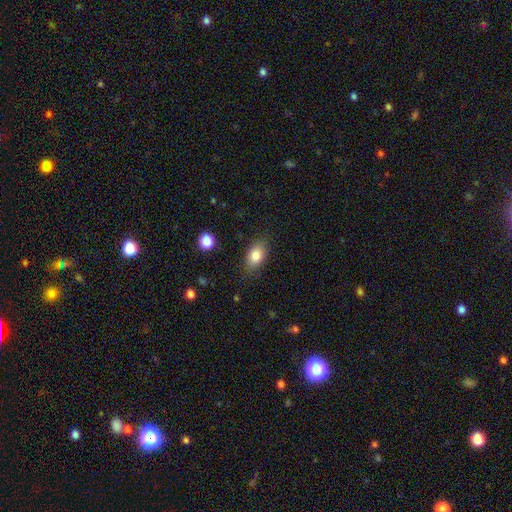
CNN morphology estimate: type=smooth (83%); roundness=in between (87%); merging=none (82%).